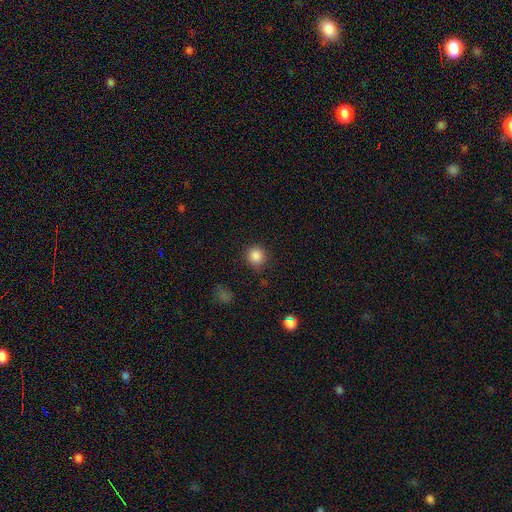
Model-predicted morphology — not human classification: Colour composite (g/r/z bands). It shows a smooth galaxy with no disk features (86%) that is round (92%). Merging: none (86%).